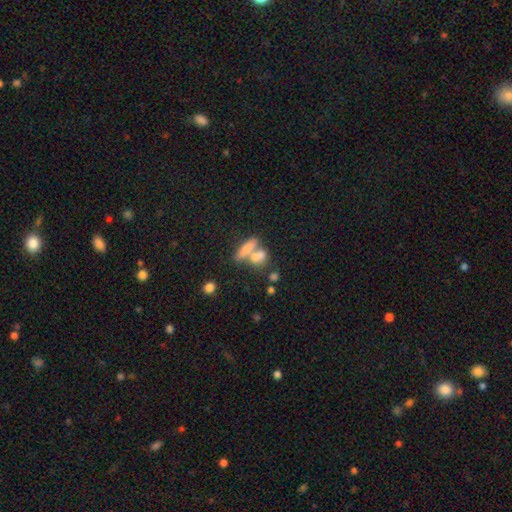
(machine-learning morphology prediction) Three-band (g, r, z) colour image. It shows a smooth galaxy with no disk features (64%) that is in between round and cigar-shaped (43%). Merging: merger (47%).